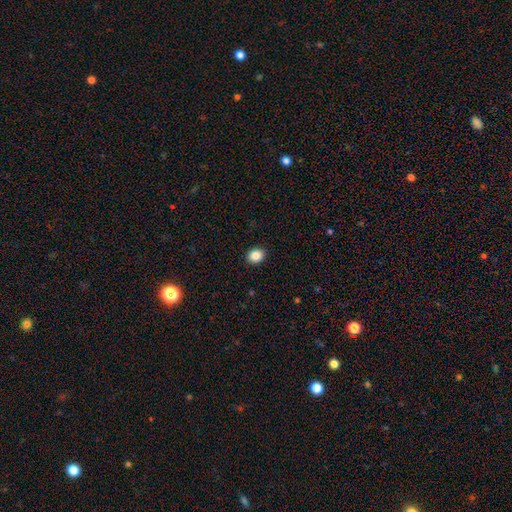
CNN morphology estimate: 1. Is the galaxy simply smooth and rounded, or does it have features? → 86% smooth, 9% star or artifact, 4% featured or disk.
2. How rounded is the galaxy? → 57% round, 42% in between, 1% cigar-shaped.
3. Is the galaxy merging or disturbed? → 91% none, 6% minor disturbance, 2% major disturbance, 1% merger.